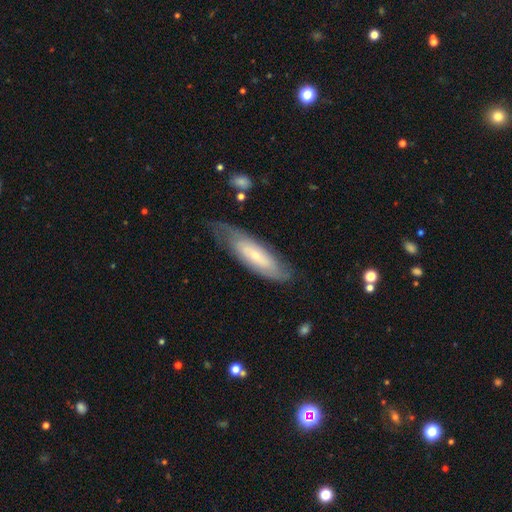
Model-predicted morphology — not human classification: This is possibly a featured or disk galaxy (56%). It is likely not viewed edge-on (73%). Merging: likely none (63%).